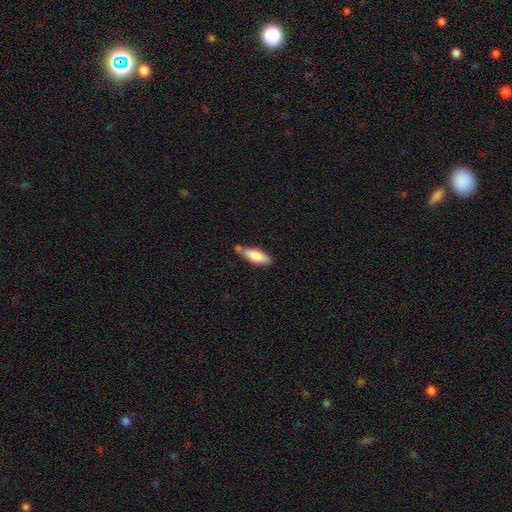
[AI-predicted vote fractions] A smooth galaxy with no disk features (82%) that is in between round and cigar-shaped (66%). Merging: none (55%).